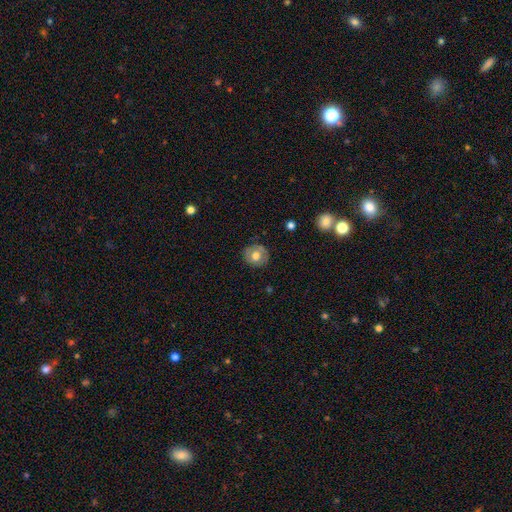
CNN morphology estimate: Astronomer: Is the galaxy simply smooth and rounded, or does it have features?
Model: smooth — 67%.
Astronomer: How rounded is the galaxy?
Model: round — 84%.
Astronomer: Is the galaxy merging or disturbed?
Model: none — 82%.